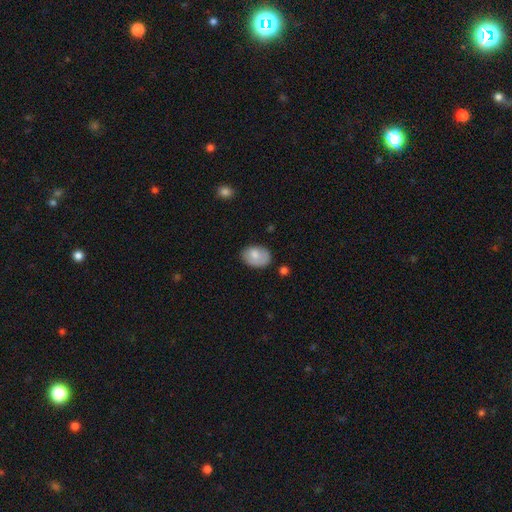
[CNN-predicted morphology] This is likely a smooth galaxy (76%). How rounded: likely in between (80%). Merging: likely none (68%).